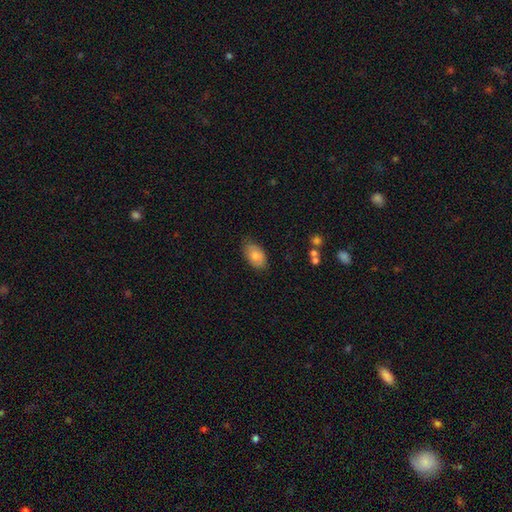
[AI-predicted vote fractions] Q: Smooth or featured?
A: smooth (81%); runner-up: featured or disk (13%)
Q: How rounded?
A: in between (93%); runner-up: round (5%)
Q: Merging?
A: none (75%); runner-up: minor disturbance (20%)